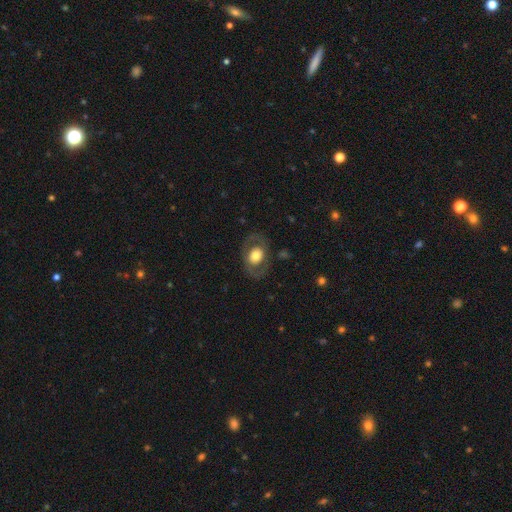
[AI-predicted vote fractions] Smooth or featured?
  - smooth: 49% *
  - featured or disk: 44%
  - star or artifact: 7%
Merging?
  - none: 77% *
  - minor disturbance: 13%
  - major disturbance: 9%
  - merger: 1%